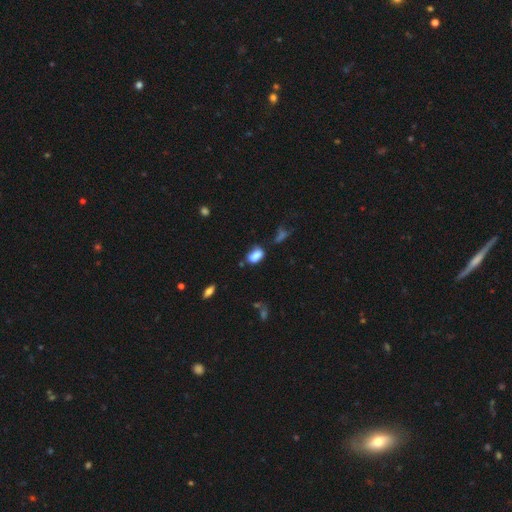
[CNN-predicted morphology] The model was most divided on "merging": none: 59%, minor disturbance: 25%, merger: 8%, major disturbance: 7%. More confident: how rounded — in between (88%); smooth or featured — smooth (84%).